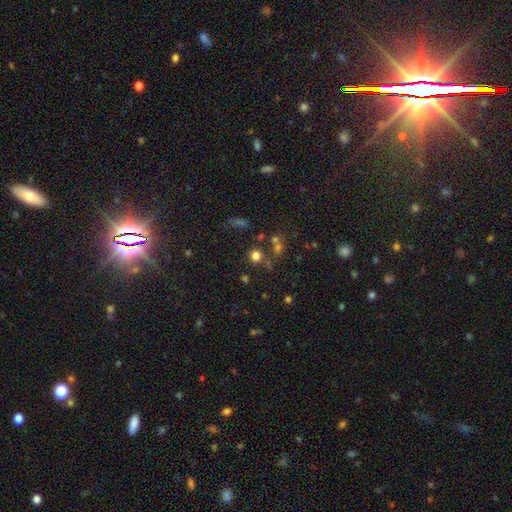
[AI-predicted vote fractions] A smooth galaxy with no disk features (72%) that is round (89%).

Vote fractions:
- Smooth or featured? smooth: 72% / star or artifact: 21% / featured or disk: 8%
- How rounded? round: 89% / in between: 10% / cigar-shaped: 1%
- Merging? none: 71% / merger: 15% / minor disturbance: 9% / major disturbance: 5%